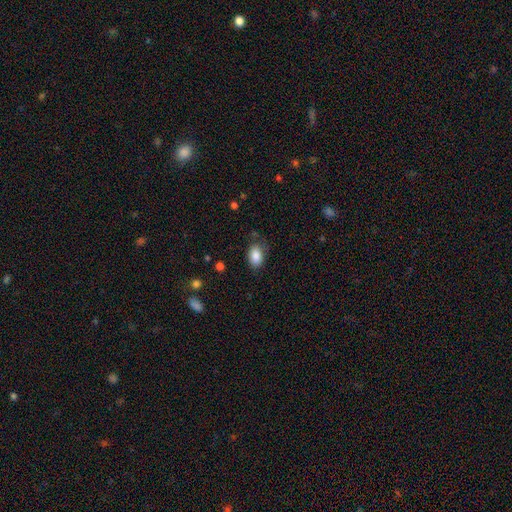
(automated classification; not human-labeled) Smooth or featured? Predicted: smooth (p=0.87). How rounded? Predicted: in between (p=0.87). Merging? Predicted: none (p=0.73).